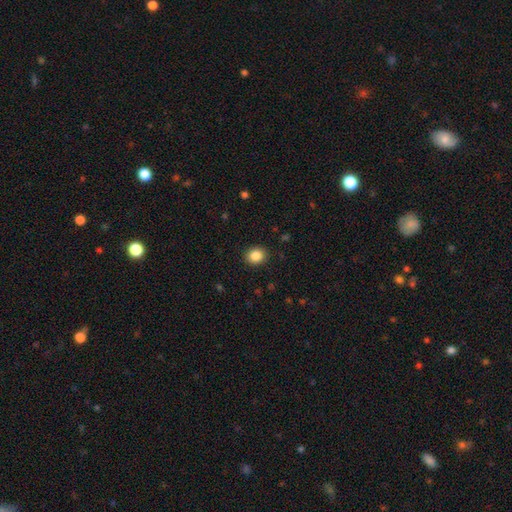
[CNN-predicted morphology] A smooth galaxy with no disk features (86%) that is round (65%).

Vote fractions:
- Smooth or featured? smooth: 86% / star or artifact: 10% / featured or disk: 4%
- How rounded? round: 65% / in between: 34% / cigar-shaped: 1%
- Merging? none: 90% / minor disturbance: 7% / major disturbance: 2% / merger: 1%